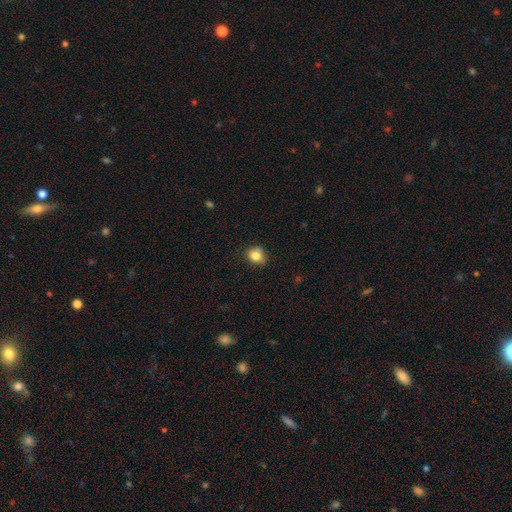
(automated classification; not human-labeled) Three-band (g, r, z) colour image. It shows a smooth galaxy with no disk features (82%) that is round (68%). Merging: none (72%).